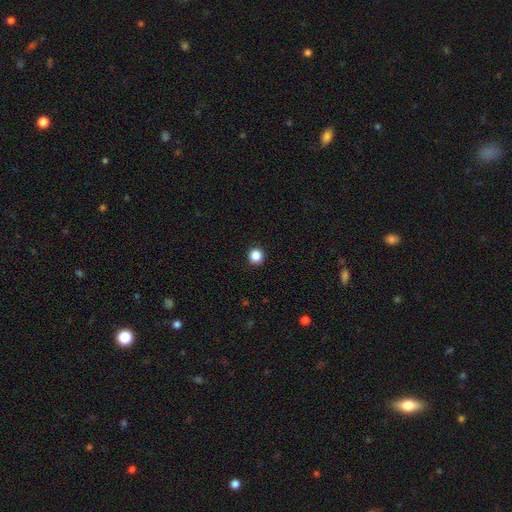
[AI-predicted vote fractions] Smooth or featured: smooth — 86% (star or artifact — 11%)
How rounded: round — 95% (in between — 4%)
Merging: none — 93% (minor disturbance — 4%)